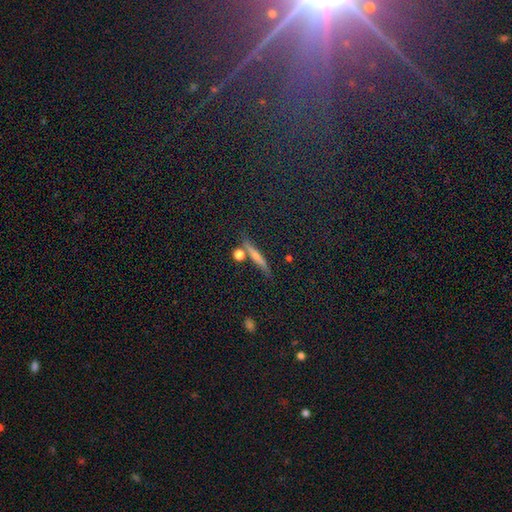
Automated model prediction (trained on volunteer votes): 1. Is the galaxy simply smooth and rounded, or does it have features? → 42% smooth, 35% featured or disk, 23% star or artifact.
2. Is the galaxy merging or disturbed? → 79% none, 11% minor disturbance, 6% merger, 4% major disturbance.